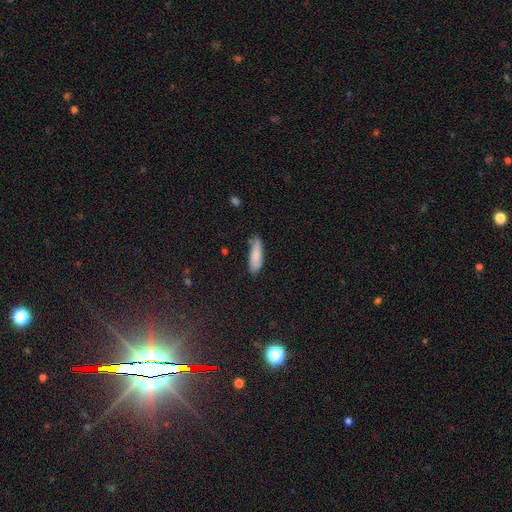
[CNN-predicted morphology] Smooth or featured? smooth (84%)
How rounded? cigar-shaped (51%)
Merging? none (69%)